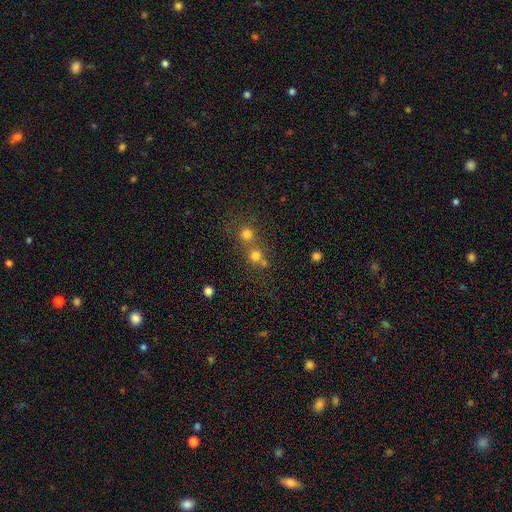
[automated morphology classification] A smooth galaxy with no disk features (69%) that is round (88%). Merging: none (47%).